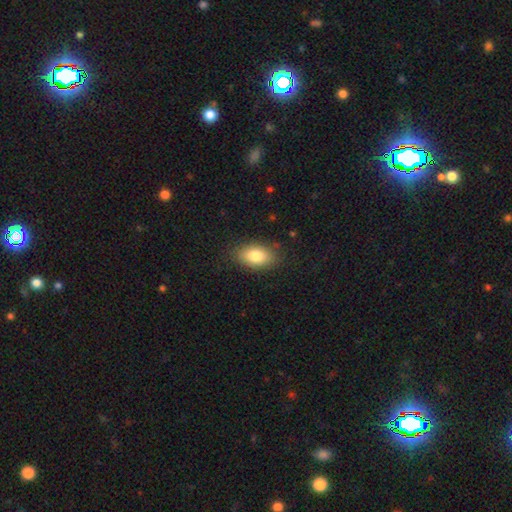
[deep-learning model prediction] This appears to be a smooth galaxy with no disk features (82%) that is in between round and cigar-shaped (90%). Merging: none (84%).